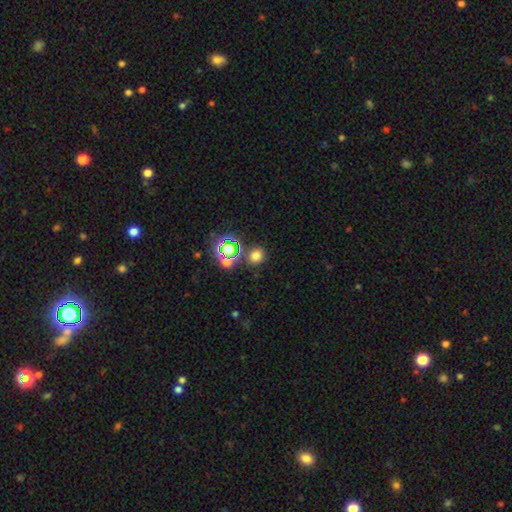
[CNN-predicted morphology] This is likely a smooth galaxy (70%). How rounded: likely round (80%). Merging: clearly none (82%).